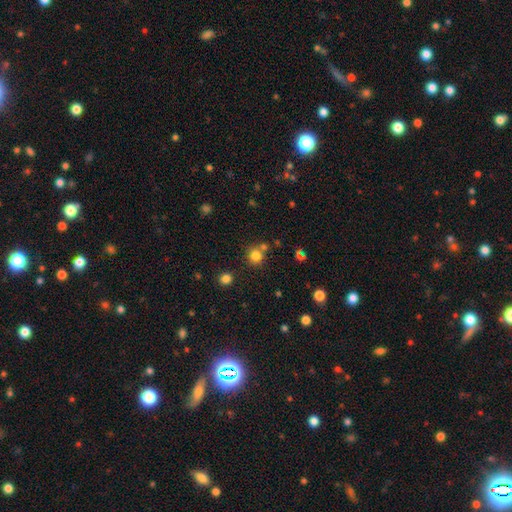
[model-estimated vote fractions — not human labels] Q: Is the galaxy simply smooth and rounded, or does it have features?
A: smooth — 79%.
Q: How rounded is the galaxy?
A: round — 91%.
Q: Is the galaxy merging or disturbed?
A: none — 71%.